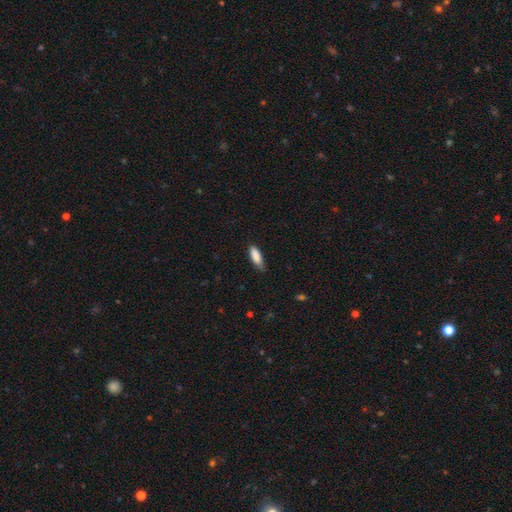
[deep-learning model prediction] smooth-or-featured: smooth: 86% | featured or disk: 7% | star or artifact: 6%
  how-rounded: in between: 62% | cigar-shaped: 36% | round: 2%
  merging: none: 67% | minor disturbance: 27% | major disturbance: 4% | merger: 1%